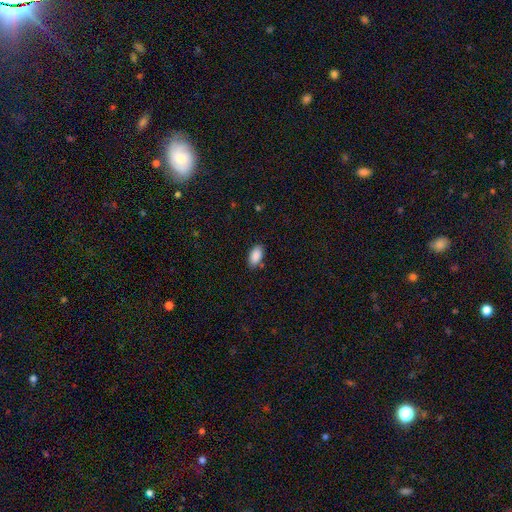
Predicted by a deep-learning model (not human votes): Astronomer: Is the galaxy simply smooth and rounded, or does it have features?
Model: smooth — 89%.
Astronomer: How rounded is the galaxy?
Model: in between — 93%.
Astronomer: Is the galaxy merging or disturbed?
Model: none — 83%.